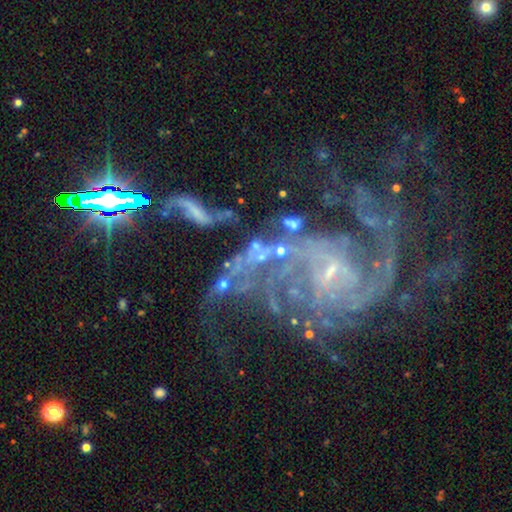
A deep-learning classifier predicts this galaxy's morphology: Smooth or featured: featured or disk — 85% (star or artifact — 11%)
Edge-on disk: no — 98% (yes — 2%)
Bar: weak — 44% (no — 39%)
Spiral arms: yes — 94% (no — 6%)
Spiral winding: medium — 44% (loose — 31%)
Spiral arm count: 2 — 35% (can't tell — 22%)
Bulge size: small — 71% (none — 13%)
Merging: none — 39% (major disturbance — 34%)